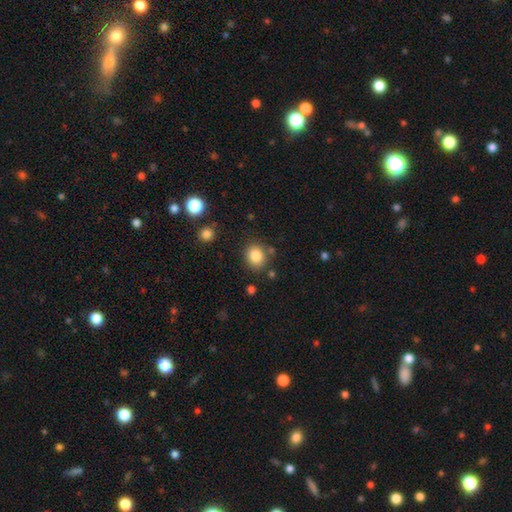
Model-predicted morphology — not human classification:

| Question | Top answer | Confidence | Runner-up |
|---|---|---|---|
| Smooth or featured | smooth | 84% | star or artifact (10%) |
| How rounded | round | 73% | in between (26%) |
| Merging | none | 82% | minor disturbance (10%) |